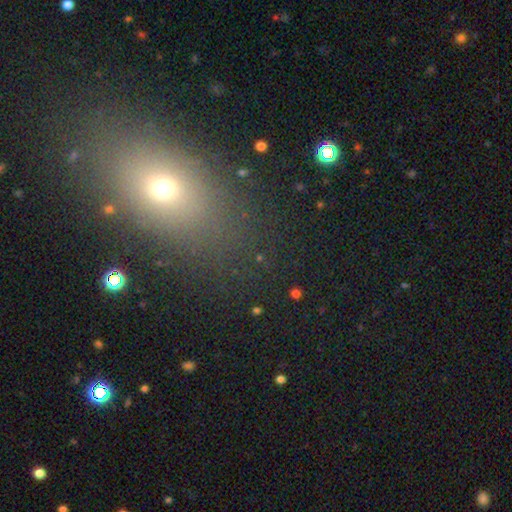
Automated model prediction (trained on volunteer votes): smooth_or_featured: smooth (p=0.57) [alt: star or artifact p=0.30]
how_rounded: in between (p=0.64) [alt: round p=0.30]
merging: none (p=0.84) [alt: minor disturbance p=0.09]